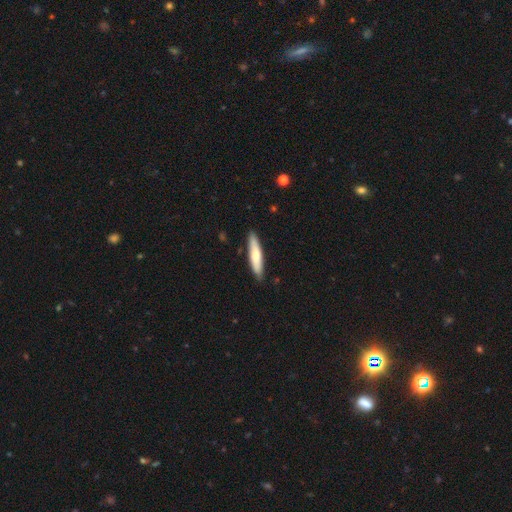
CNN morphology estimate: The model was most divided on "smooth or featured": smooth: 70%, featured or disk: 25%, star or artifact: 5%. More confident: merging — none (88%); how rounded — cigar-shaped (82%).